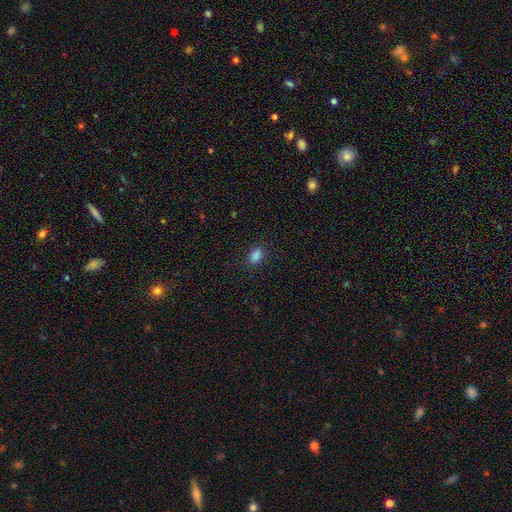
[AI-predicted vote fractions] This is clearly a smooth galaxy (86%). How rounded: clearly in between (86%). Merging: clearly none (85%).